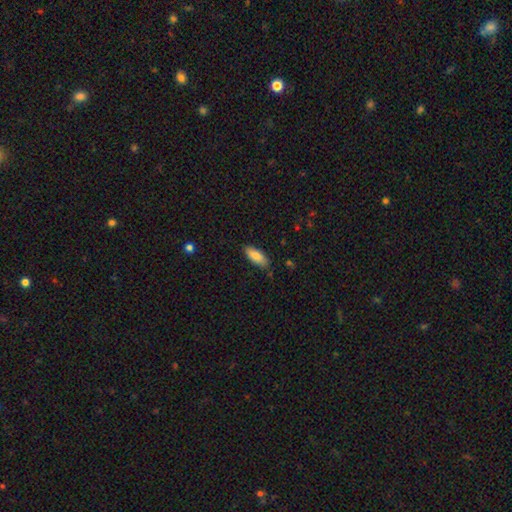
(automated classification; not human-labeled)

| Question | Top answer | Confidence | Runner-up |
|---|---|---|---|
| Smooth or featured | smooth | 84% | featured or disk (9%) |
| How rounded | in between | 77% | cigar-shaped (21%) |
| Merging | none | 83% | minor disturbance (13%) |